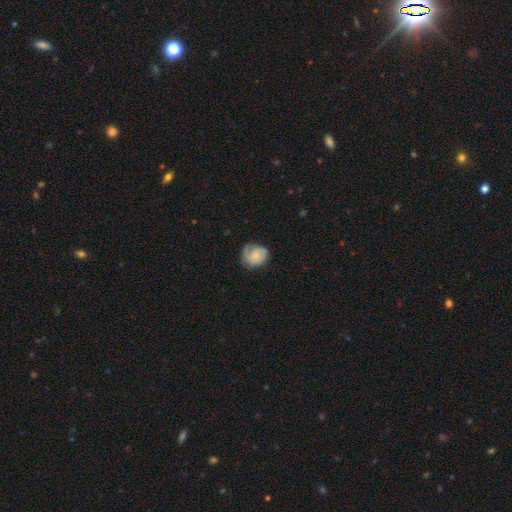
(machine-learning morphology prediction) Q: Smooth or featured?
A: smooth (53%); runner-up: featured or disk (40%)
Q: How rounded?
A: round (65%); runner-up: in between (34%)
Q: Merging?
A: none (53%); runner-up: minor disturbance (30%)